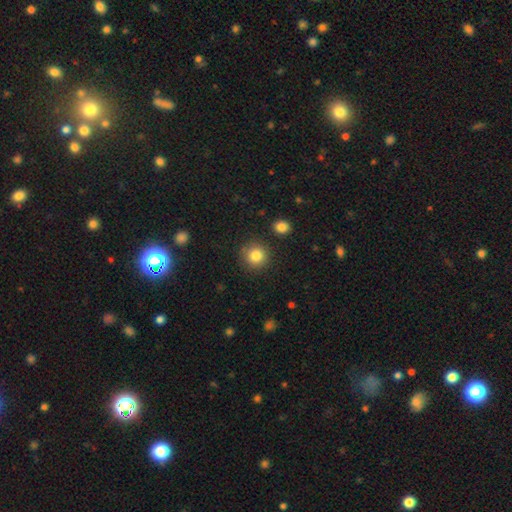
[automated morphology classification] Smooth or featured?
  - smooth: 84% *
  - star or artifact: 10%
  - featured or disk: 6%
How rounded?
  - round: 93% *
  - in between: 6%
  - cigar-shaped: 1%
Merging?
  - none: 88% *
  - minor disturbance: 7%
  - major disturbance: 2%
  - merger: 2%